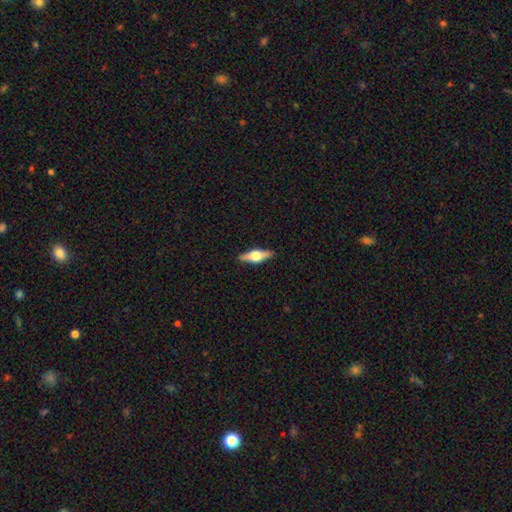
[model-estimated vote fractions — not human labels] The model was most divided on "smooth or featured": featured or disk: 61%, smooth: 33%, star or artifact: 6%. More confident: edge-on disk — yes (95%); edge-on bulge — rounded (93%); merging — none (89%).